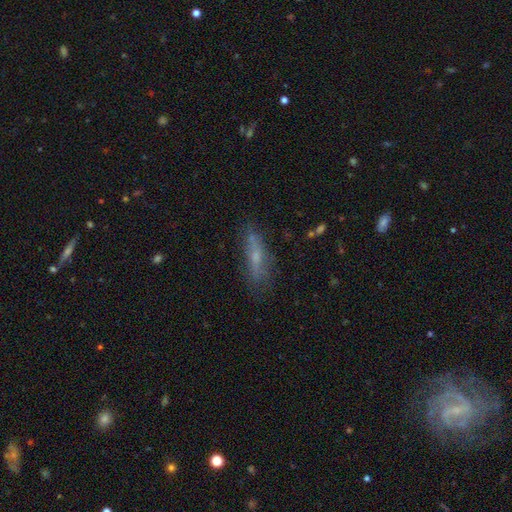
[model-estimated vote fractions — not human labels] smooth_or_featured: smooth (p=0.53) [alt: featured or disk p=0.35]
how_rounded: cigar-shaped (p=0.63) [alt: in between p=0.34]
merging: none (p=0.65) [alt: minor disturbance p=0.22]